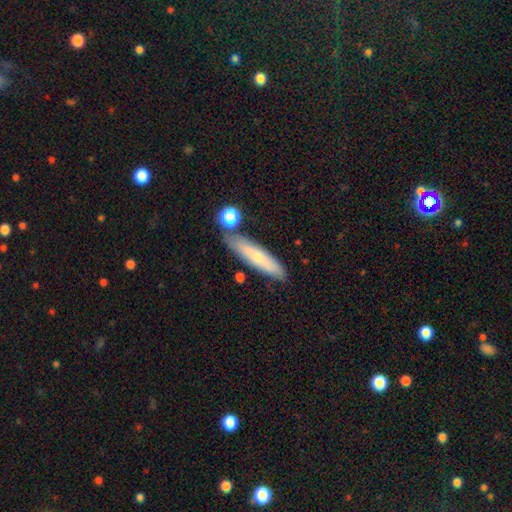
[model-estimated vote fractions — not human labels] Smooth or featured: smooth — 64% (featured or disk — 29%)
How rounded: cigar-shaped — 82% (in between — 16%)
Merging: none — 75% (minor disturbance — 14%)